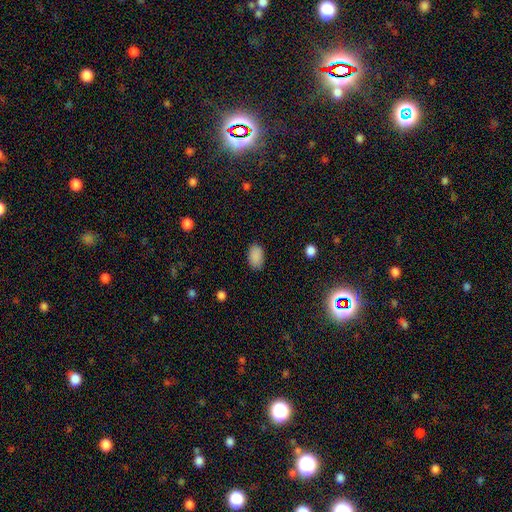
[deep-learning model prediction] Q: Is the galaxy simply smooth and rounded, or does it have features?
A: smooth — 88%.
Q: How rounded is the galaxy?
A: in between — 90%.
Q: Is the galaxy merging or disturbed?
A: none — 84%.